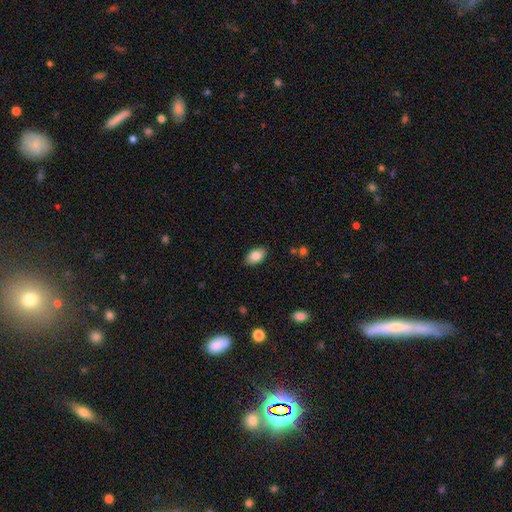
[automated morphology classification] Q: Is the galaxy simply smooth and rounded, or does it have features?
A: smooth — 84%.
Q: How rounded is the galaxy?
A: in between — 91%.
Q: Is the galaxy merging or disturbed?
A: none — 87%.